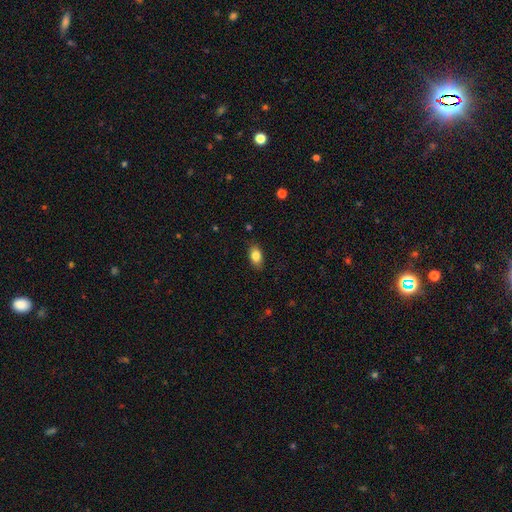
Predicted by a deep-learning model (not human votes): The model was most divided on "merging": none: 85%, minor disturbance: 11%, major disturbance: 2%, merger: 1%. More confident: how rounded — in between (89%); smooth or featured — smooth (83%).